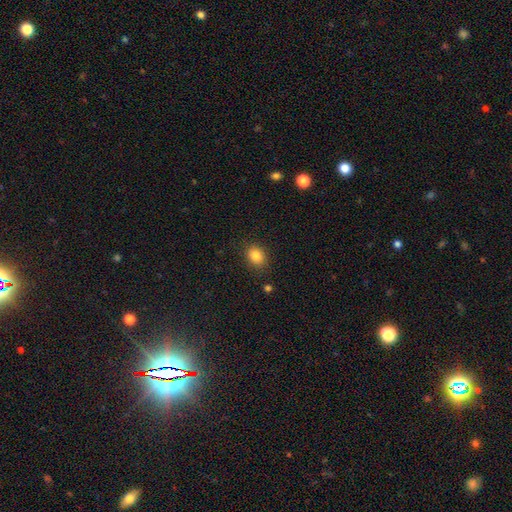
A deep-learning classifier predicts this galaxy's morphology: A smooth galaxy with no disk features (84%) that is in between round and cigar-shaped (51%).

Vote fractions:
- Smooth or featured? smooth: 84% / star or artifact: 10% / featured or disk: 5%
- How rounded? in between: 51% / round: 47% / cigar-shaped: 1%
- Merging? none: 85% / minor disturbance: 11% / major disturbance: 3% / merger: 2%